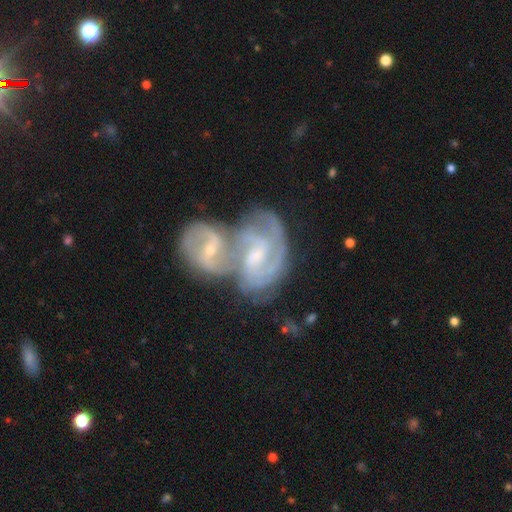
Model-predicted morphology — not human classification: type=featured or disk (85%); edge-on=no (96%); bar=weak (49%); spiral arms=yes (94%); winding=medium (45%); arm count=2 (58%); bulge=small (53%); merging=merger (76%).